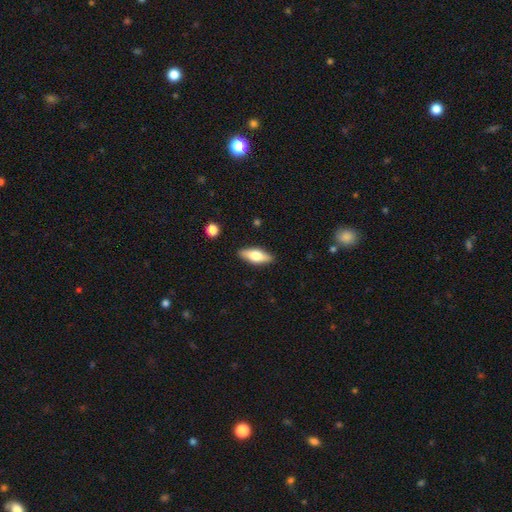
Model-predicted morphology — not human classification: Q: Smooth or featured?
A: smooth (64%); runner-up: featured or disk (30%)
Q: How rounded?
A: in between (69%); runner-up: cigar-shaped (29%)
Q: Merging?
A: none (87%); runner-up: minor disturbance (9%)